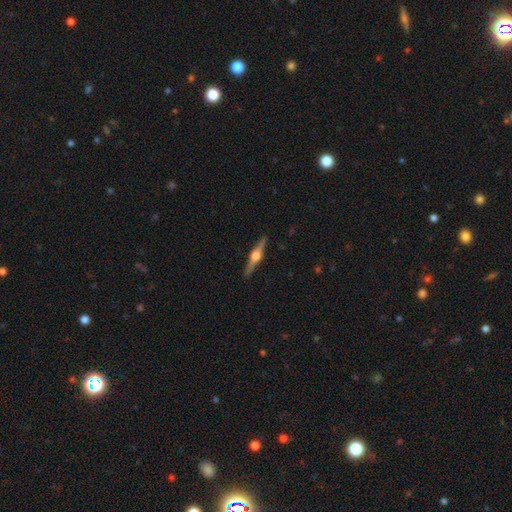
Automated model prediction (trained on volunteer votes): Overall: featured or disk (81%). Edge-on disk: yes (98%). Edge-on bulge: rounded (94%). Merging: none (91%).